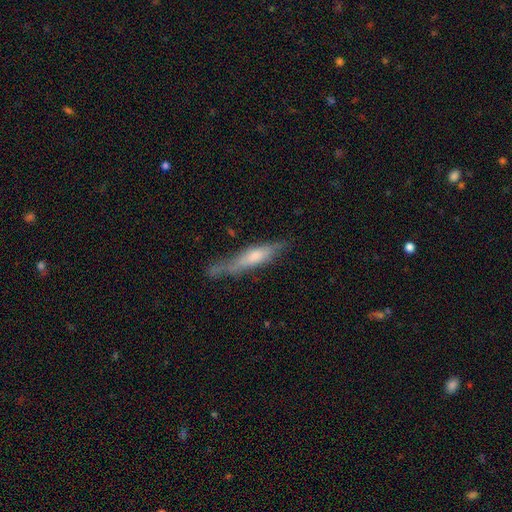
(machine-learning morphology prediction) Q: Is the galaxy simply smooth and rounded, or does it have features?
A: featured or disk — 56%.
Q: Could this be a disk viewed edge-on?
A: yes — 84%.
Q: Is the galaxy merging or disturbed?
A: none — 67%.